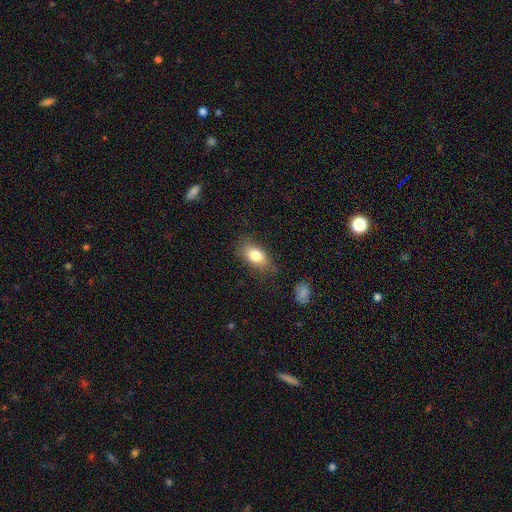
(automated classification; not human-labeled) Smooth or featured? smooth (81%)
How rounded? in between (88%)
Merging? none (78%)